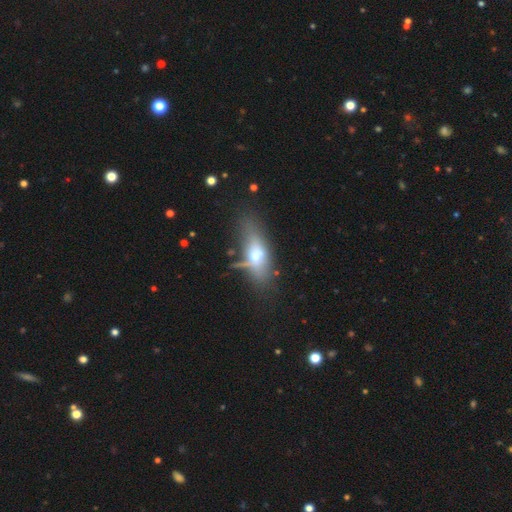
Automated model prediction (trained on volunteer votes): smooth 50%, featured or disk 39%, star or artifact 11%. Down the decision tree: merging — none (43%).